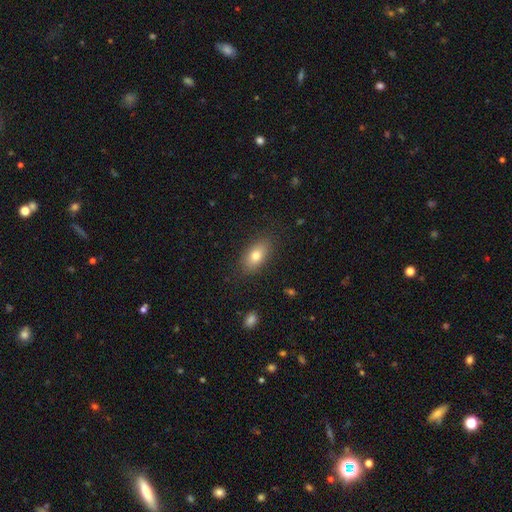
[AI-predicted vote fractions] Q: Smooth or featured?
A: smooth (77%); runner-up: featured or disk (14%)
Q: How rounded?
A: in between (87%); runner-up: round (7%)
Q: Merging?
A: none (85%); runner-up: minor disturbance (11%)